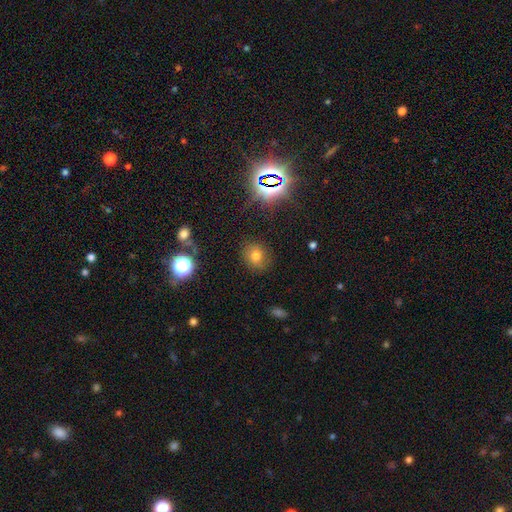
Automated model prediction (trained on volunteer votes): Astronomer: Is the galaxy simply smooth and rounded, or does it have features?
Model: smooth — 67%.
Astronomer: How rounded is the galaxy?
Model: round — 71%.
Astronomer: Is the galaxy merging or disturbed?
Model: none — 84%.